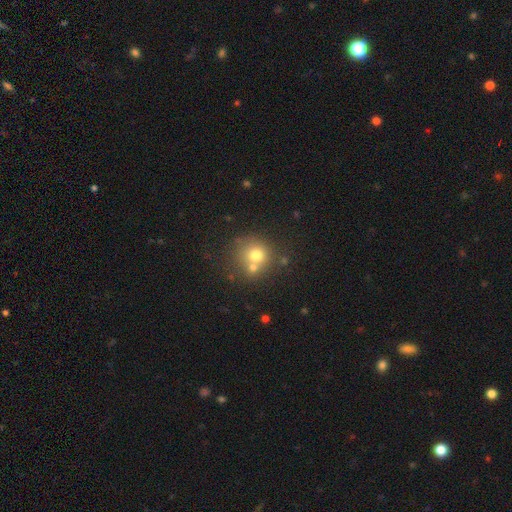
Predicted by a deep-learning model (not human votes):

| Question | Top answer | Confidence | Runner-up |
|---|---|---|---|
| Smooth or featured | smooth | 70% | featured or disk (15%) |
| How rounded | round | 88% | in between (11%) |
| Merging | none | 54% | merger (32%) |